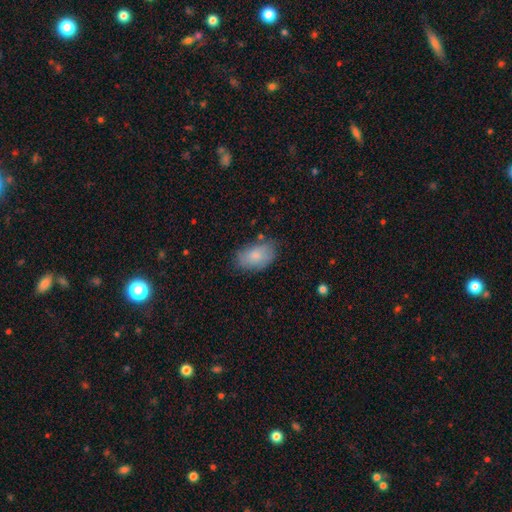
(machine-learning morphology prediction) type=smooth (80%); roundness=in between (91%); merging=none (73%).